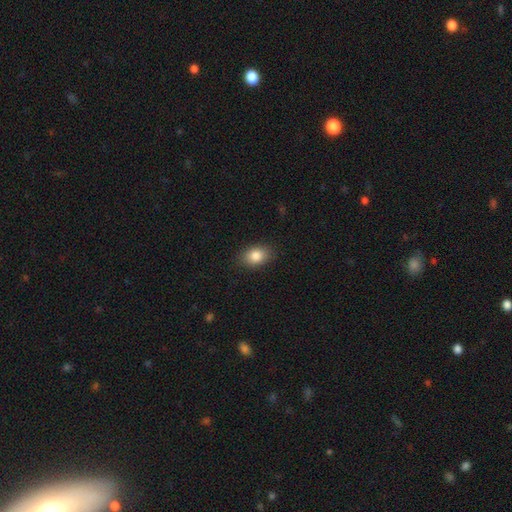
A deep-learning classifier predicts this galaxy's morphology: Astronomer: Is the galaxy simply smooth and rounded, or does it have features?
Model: smooth — 85%.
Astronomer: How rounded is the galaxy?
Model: in between — 78%.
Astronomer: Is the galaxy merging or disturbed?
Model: none — 87%.